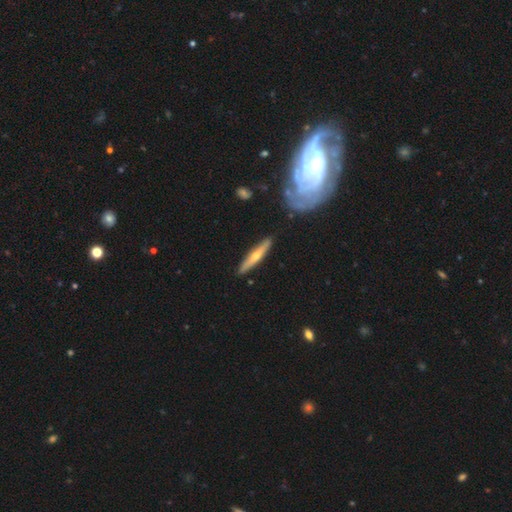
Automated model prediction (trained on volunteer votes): smooth-or-featured: featured or disk: 65% | smooth: 28% | star or artifact: 6%
  disk-edge-on: yes: 87% | no: 13%
    edge-on-bulge: rounded: 86% | none: 12% | boxy: 3%
  merging: none: 86% | minor disturbance: 10% | major disturbance: 2% | merger: 2%